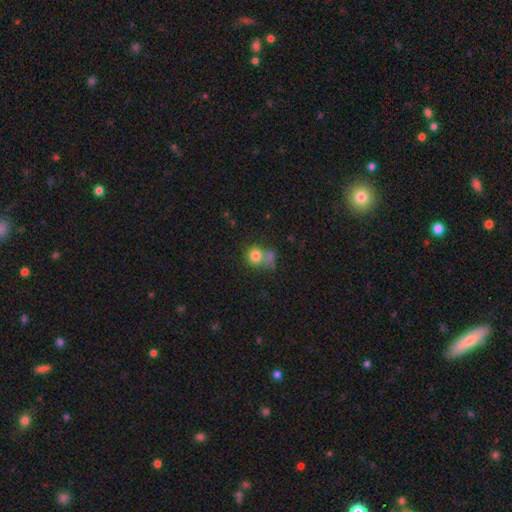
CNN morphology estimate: A smooth galaxy with no disk features (79%) that is round (83%). Merging: none (47%).